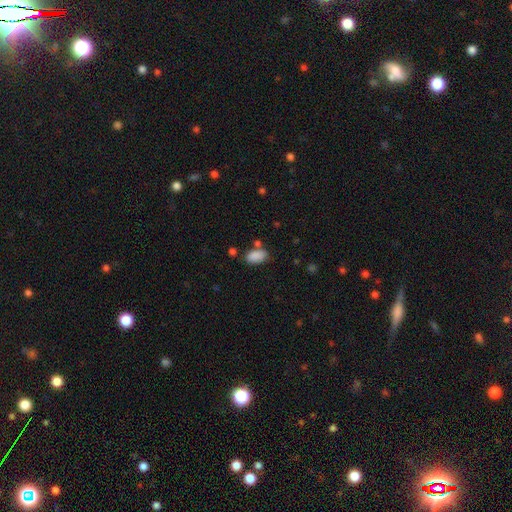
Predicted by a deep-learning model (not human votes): This appears to be a smooth galaxy with no disk features (87%) that is in between round and cigar-shaped (93%). Merging: none (70%).